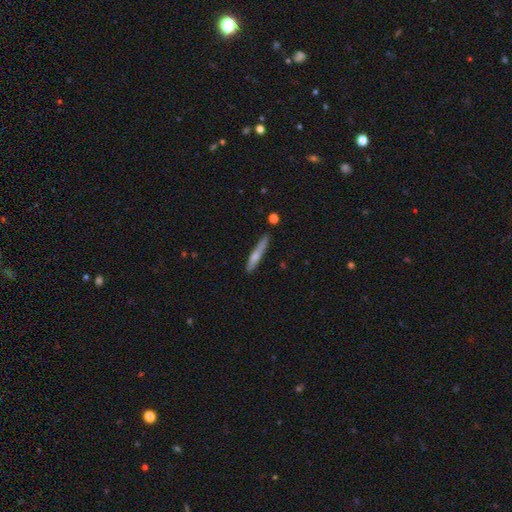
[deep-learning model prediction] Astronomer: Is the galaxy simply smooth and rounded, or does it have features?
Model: smooth — 63%.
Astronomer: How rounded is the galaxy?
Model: cigar-shaped — 93%.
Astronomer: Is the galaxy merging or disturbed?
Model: none — 77%.